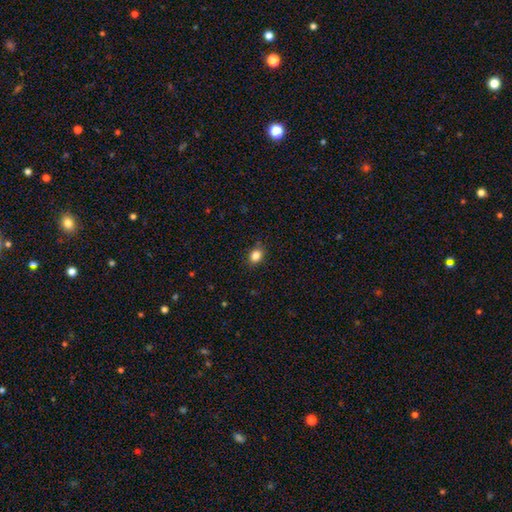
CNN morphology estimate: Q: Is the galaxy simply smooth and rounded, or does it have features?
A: smooth — 84%.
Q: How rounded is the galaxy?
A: in between — 51%.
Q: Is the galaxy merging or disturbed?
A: none — 87%.